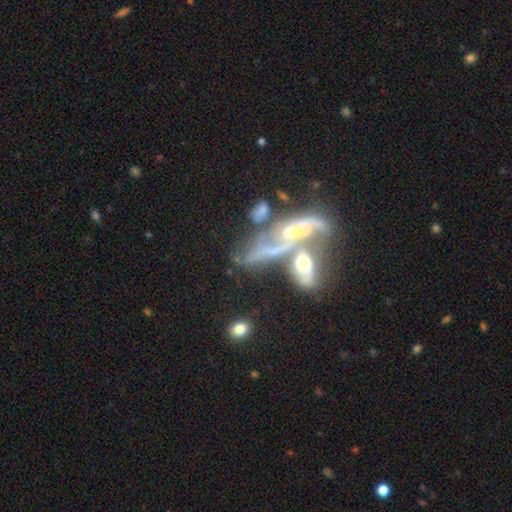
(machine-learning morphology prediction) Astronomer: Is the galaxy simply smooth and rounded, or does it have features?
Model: featured or disk — 55%.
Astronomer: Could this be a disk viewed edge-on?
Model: no — 82%.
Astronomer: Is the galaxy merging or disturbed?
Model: merger — 62%.